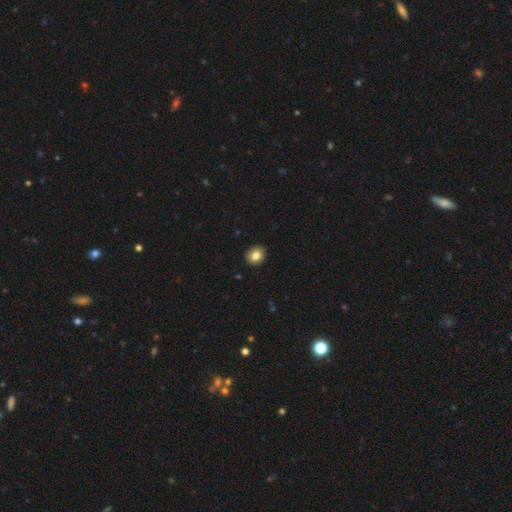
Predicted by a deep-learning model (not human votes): Overall: smooth (83%). How rounded: round (67%; in between 32%). Merging: none (91%).